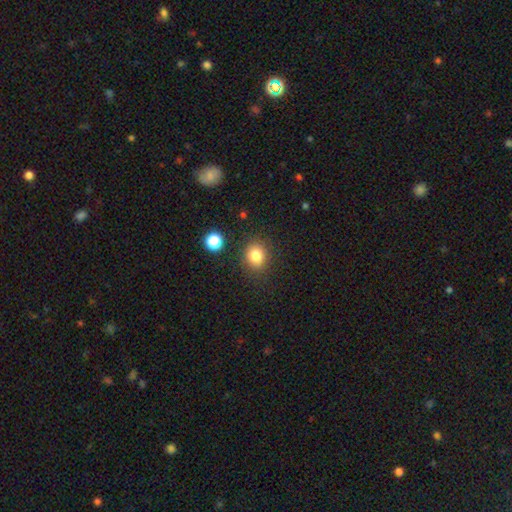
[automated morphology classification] type=smooth (81%); roundness=round (72%); merging=none (85%).